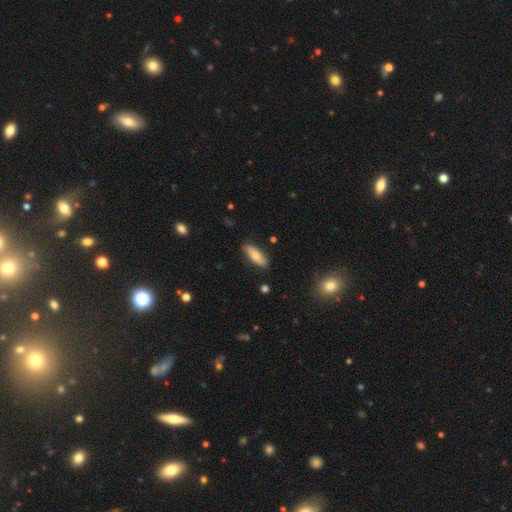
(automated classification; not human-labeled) Q: Smooth or featured?
A: smooth (68%); runner-up: featured or disk (26%)
Q: How rounded?
A: in between (65%); runner-up: cigar-shaped (32%)
Q: Merging?
A: none (85%); runner-up: minor disturbance (12%)